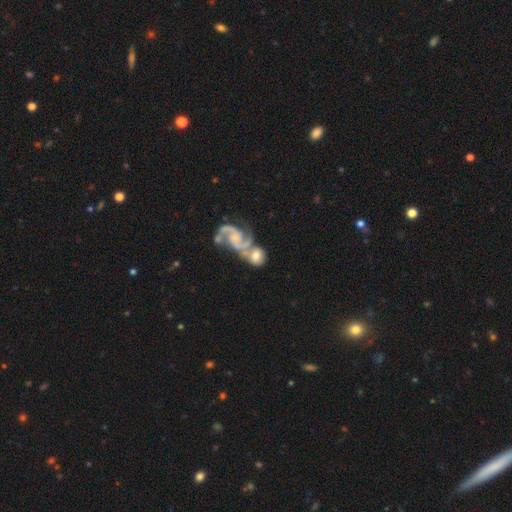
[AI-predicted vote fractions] Smooth or featured: featured or disk — 67% (smooth — 26%)
Edge-on disk: no — 96% (yes — 4%)
Bar: no — 56% (weak — 35%)
Spiral arms: yes — 91% (no — 9%)
Spiral winding: medium — 44% (loose — 43%)
Spiral arm count: 2 — 84% (can't tell — 6%)
Bulge size: small — 49% (moderate — 25%)
Merging: merger — 58% (none — 24%)